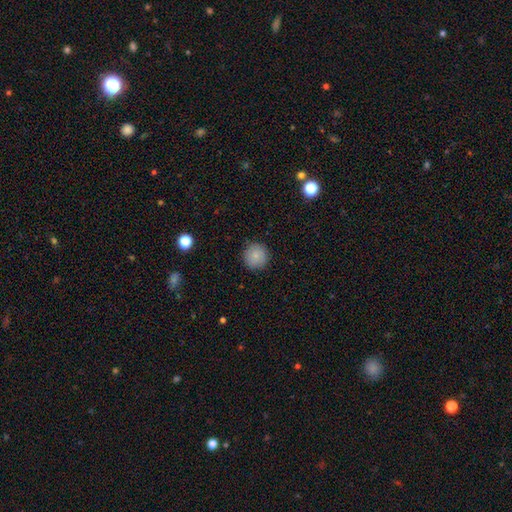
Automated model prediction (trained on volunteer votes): This appears to be a smooth galaxy with no disk features (83%) that is round (95%). Merging: none (90%).